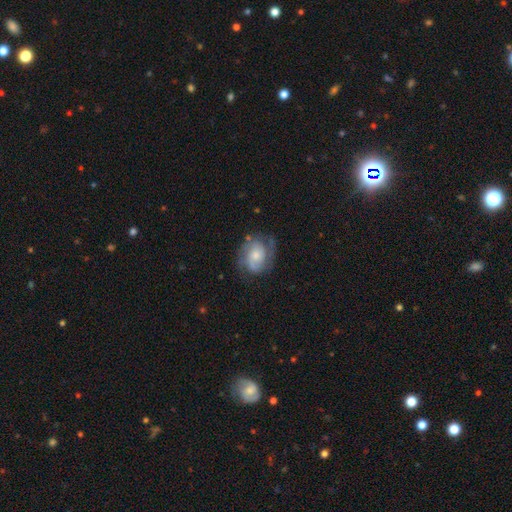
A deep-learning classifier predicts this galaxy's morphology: smooth-or-featured: featured or disk: 61% | smooth: 32% | star or artifact: 7%
  disk-edge-on: no: 97% | yes: 3%
    bar: no: 72% | weak: 23% | strong: 4%
    has-spiral-arms: yes: 85% | no: 15%
    bulge-size: moderate: 44% | small: 42% | large: 8% | none: 4% | dominant: 2%
  merging: none: 59% | minor disturbance: 25% | major disturbance: 14% | merger: 2%